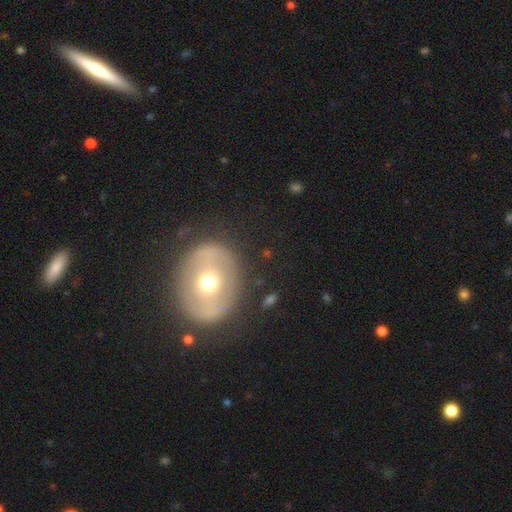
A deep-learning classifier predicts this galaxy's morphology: smooth-or-featured: featured or disk: 57% | smooth: 35% | star or artifact: 9%
  disk-edge-on: no: 93% | yes: 7%
    bar: no: 59% | weak: 24% | strong: 17%
    has-spiral-arms: no: 73% | yes: 27%
    bulge-size: moderate: 73% | small: 18% | large: 7% | dominant: 1% | none: 1%
  merging: none: 82% | minor disturbance: 11% | major disturbance: 5% | merger: 2%